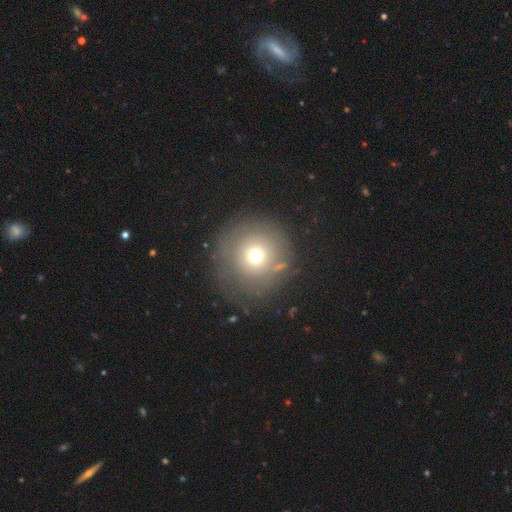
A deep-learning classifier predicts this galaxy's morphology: A smooth galaxy with no disk features (65%) that is round (94%).

Vote fractions:
- Smooth or featured? smooth: 65% / featured or disk: 18% / star or artifact: 16%
- How rounded? round: 94% / in between: 5% / cigar-shaped: 1%
- Merging? none: 75% / minor disturbance: 13% / major disturbance: 8% / merger: 4%